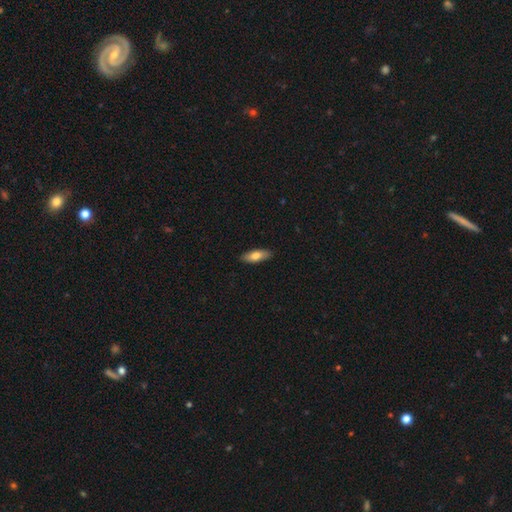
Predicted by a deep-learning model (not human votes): smooth-or-featured: smooth: 74% | featured or disk: 20% | star or artifact: 6%
  how-rounded: in between: 72% | cigar-shaped: 25% | round: 2%
  merging: none: 89% | minor disturbance: 9% | major disturbance: 2% | merger: 1%